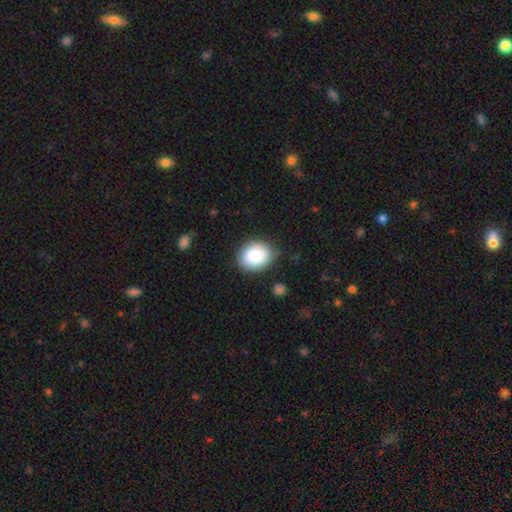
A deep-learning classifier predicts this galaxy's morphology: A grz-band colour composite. It shows a smooth galaxy with no disk features (84%) that is round (52%). Merging: none (79%).